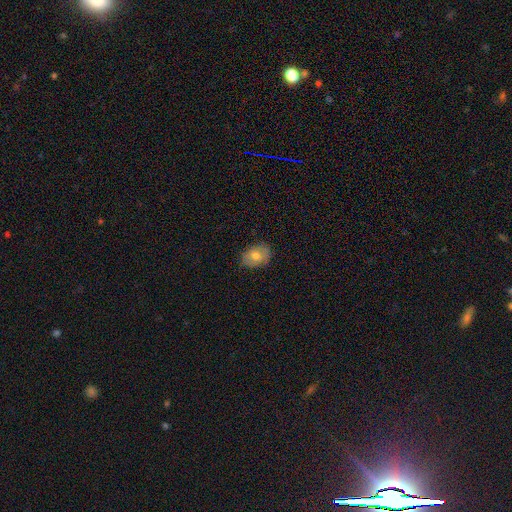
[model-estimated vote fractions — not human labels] A smooth galaxy with no disk features (74%) that is in between round and cigar-shaped (72%).

Vote fractions:
- Smooth or featured? smooth: 74% / featured or disk: 18% / star or artifact: 8%
- How rounded? in between: 72% / round: 27% / cigar-shaped: 1%
- Merging? none: 81% / minor disturbance: 15% / major disturbance: 3% / merger: 1%